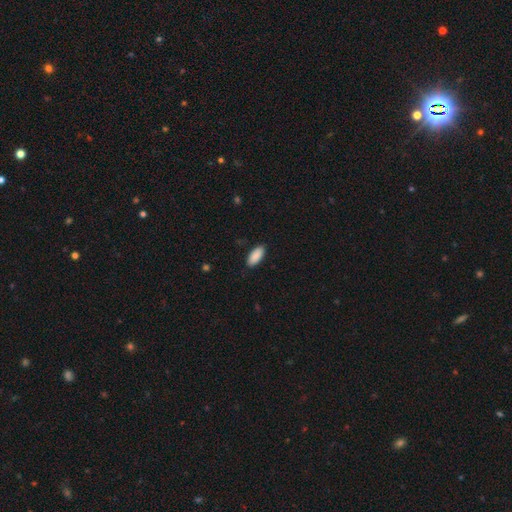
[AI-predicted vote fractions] This is clearly a smooth galaxy (91%). How rounded: clearly in between (88%). Merging: clearly none (88%).